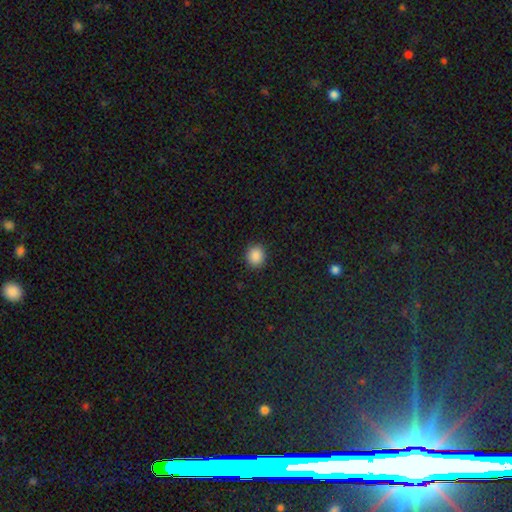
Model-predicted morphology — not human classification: Smooth or featured? Predicted: smooth (p=0.88). How rounded? Predicted: round (p=0.83). Merging? Predicted: none (p=0.91).